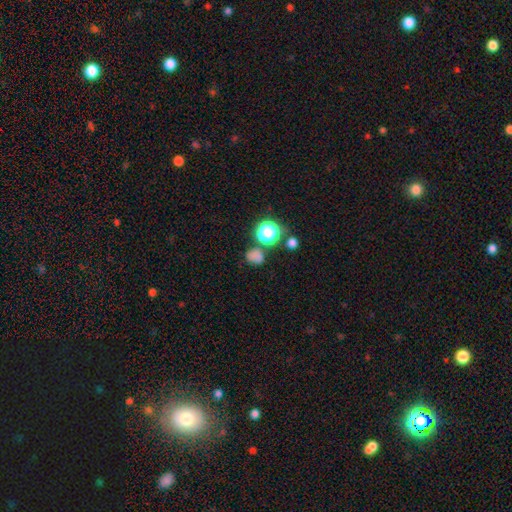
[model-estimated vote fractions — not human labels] Morphology: type=smooth (69%); roundness=round (69%); merging=none (63%).